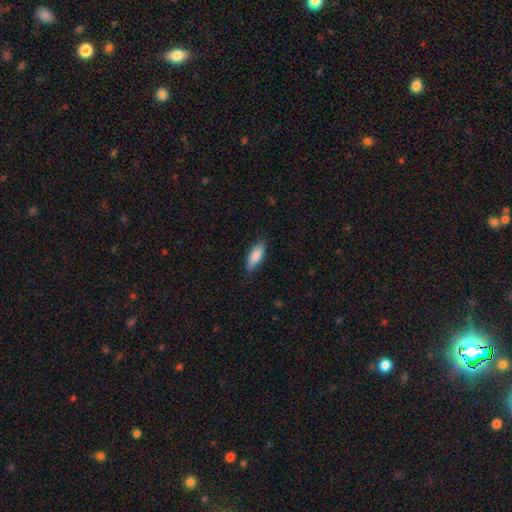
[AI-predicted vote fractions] This appears to be a smooth galaxy with no disk features (83%) that is in between round and cigar-shaped (65%). Merging: none (78%).